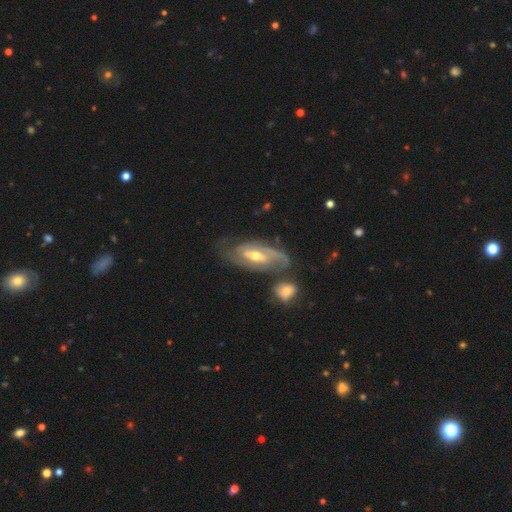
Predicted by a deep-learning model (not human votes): Smooth or featured: featured or disk — 86% (smooth — 9%)
Edge-on disk: no — 93% (yes — 7%)
Bar: weak — 44% (strong — 31%)
Spiral arms: yes — 94% (no — 6%)
Spiral winding: tight — 45% (medium — 41%)
Spiral arm count: 2 — 69% (can't tell — 15%)
Bulge size: moderate — 60% (small — 35%)
Merging: none — 60% (minor disturbance — 17%)